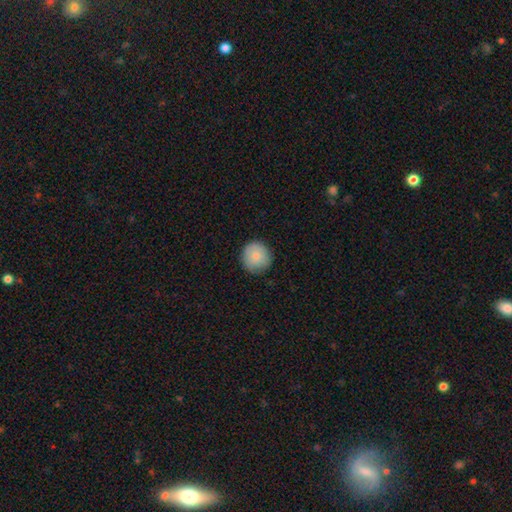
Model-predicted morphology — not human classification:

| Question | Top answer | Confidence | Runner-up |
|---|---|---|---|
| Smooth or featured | smooth | 84% | featured or disk (8%) |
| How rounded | round | 94% | in between (5%) |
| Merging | none | 86% | minor disturbance (11%) |